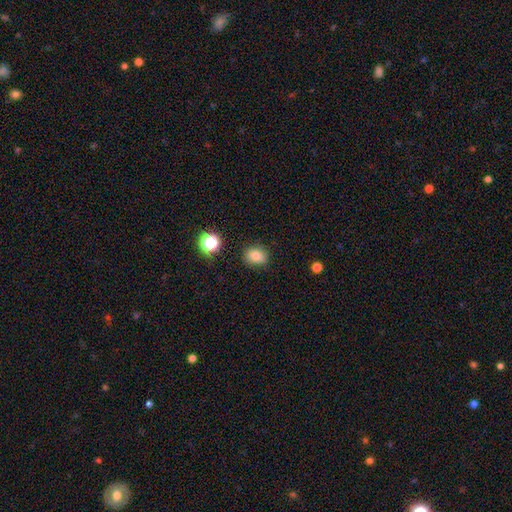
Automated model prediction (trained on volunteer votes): Smooth or featured? Predicted: smooth (p=0.80). How rounded? Predicted: round (p=0.53). Merging? Predicted: none (p=0.81).